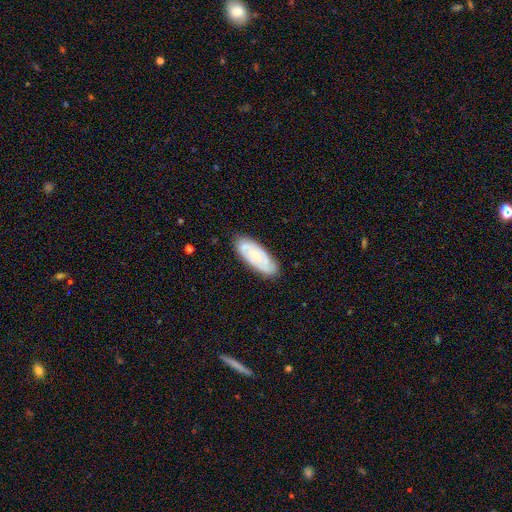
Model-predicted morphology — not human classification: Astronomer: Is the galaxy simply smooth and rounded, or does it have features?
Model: featured or disk — 61%.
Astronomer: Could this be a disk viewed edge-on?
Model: no — 90%.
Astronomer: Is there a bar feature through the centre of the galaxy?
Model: no — 76%.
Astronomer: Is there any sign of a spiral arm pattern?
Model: yes — 82%.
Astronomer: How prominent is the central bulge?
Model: small — 67%.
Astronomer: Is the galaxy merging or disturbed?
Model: none — 82%.